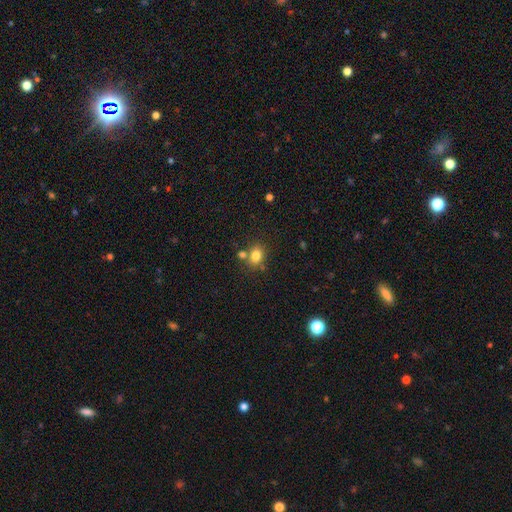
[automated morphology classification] Q: Smooth or featured?
A: smooth (80%); runner-up: star or artifact (12%)
Q: How rounded?
A: round (52%); runner-up: in between (47%)
Q: Merging?
A: none (66%); runner-up: merger (18%)